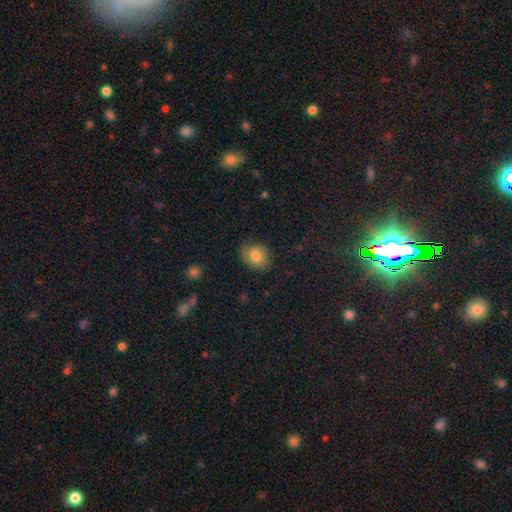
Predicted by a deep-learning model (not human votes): Smooth or featured? Predicted: smooth (p=0.80). How rounded? Predicted: in between (p=0.59). Merging? Predicted: none (p=0.77).